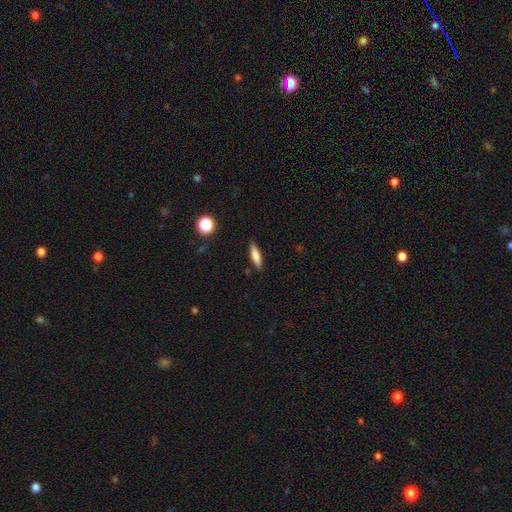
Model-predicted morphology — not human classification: smooth_or_featured: smooth (p=0.75) [alt: featured or disk p=0.18]
how_rounded: cigar-shaped (p=0.68) [alt: in between p=0.29]
merging: none (p=0.87) [alt: minor disturbance p=0.09]